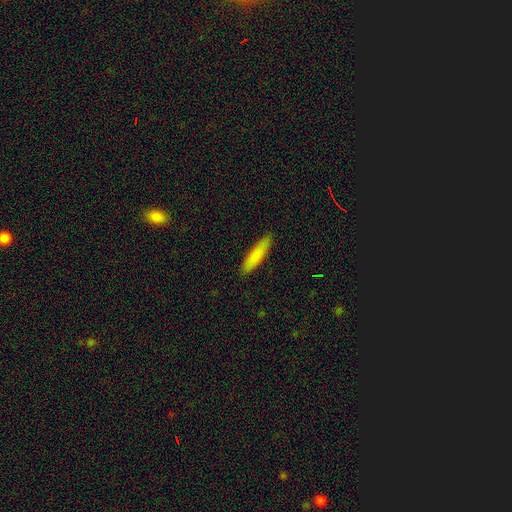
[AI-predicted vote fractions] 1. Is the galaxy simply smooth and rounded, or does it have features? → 83% smooth, 11% featured or disk, 6% star or artifact.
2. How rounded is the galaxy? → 82% cigar-shaped, 17% in between, 1% round.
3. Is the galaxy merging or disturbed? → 89% none, 9% minor disturbance, 2% major disturbance, 1% merger.